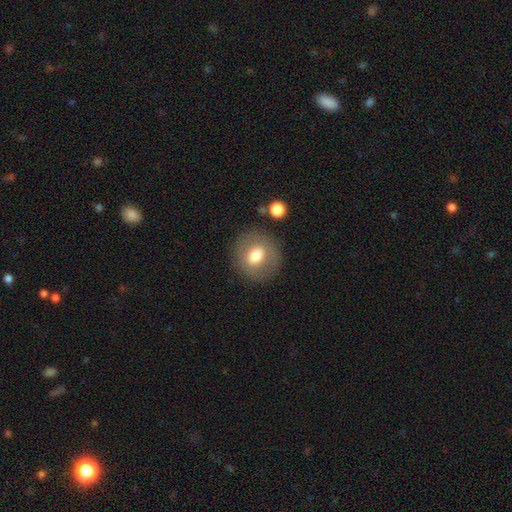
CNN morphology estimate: Smooth or featured?
  - smooth: 66% *
  - featured or disk: 25%
  - star or artifact: 8%
How rounded?
  - round: 80% *
  - in between: 19%
  - cigar-shaped: 1%
Merging?
  - none: 83% *
  - minor disturbance: 10%
  - major disturbance: 5%
  - merger: 2%